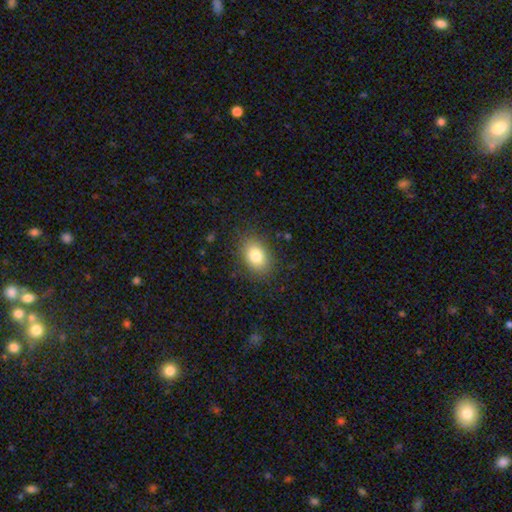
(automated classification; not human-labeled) Smooth or featured? smooth (81%)
How rounded? in between (78%)
Merging? none (85%)